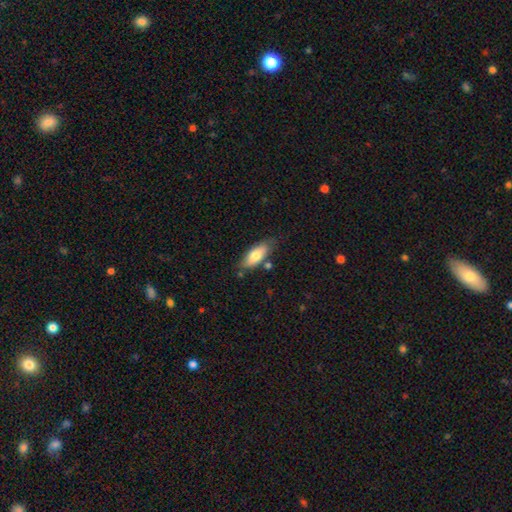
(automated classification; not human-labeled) A smooth galaxy with no disk features (74%) that is in between round and cigar-shaped (78%).

Vote fractions:
- Smooth or featured? smooth: 74% / featured or disk: 20% / star or artifact: 6%
- How rounded? in between: 78% / cigar-shaped: 19% / round: 2%
- Merging? none: 73% / minor disturbance: 17% / merger: 6% / major disturbance: 4%